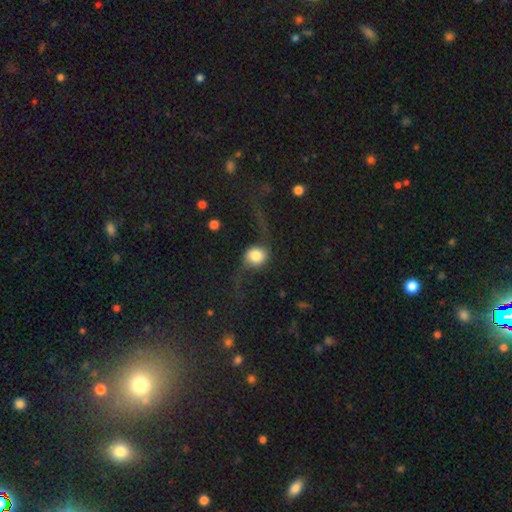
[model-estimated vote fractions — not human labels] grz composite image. It shows a featured or disk galaxy (46%). Merging: none (47%).